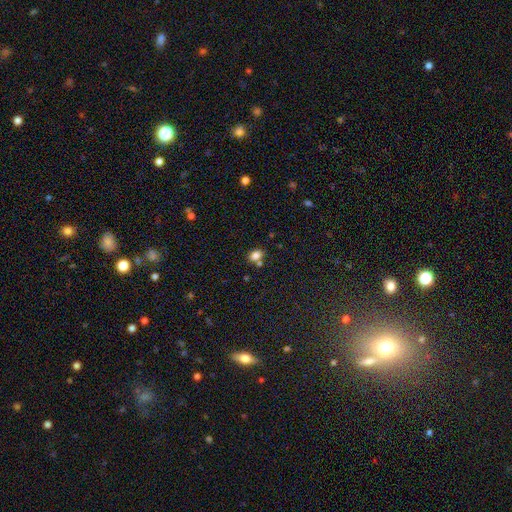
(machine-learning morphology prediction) Q: Smooth or featured?
A: smooth (82%); runner-up: star or artifact (12%)
Q: How rounded?
A: in between (73%); runner-up: round (26%)
Q: Merging?
A: none (65%); runner-up: merger (19%)